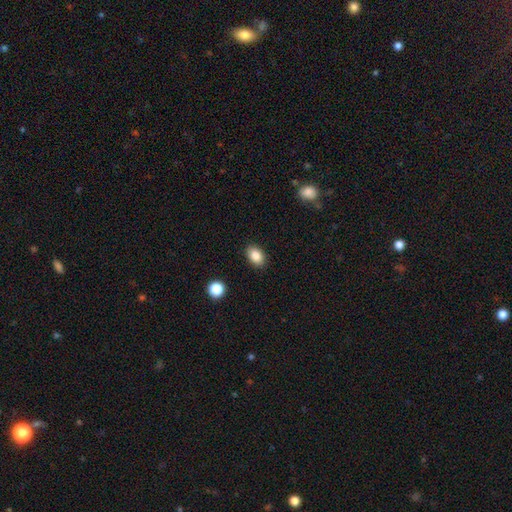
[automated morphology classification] A smooth galaxy with no disk features (86%) that is in between round and cigar-shaped (84%).

Vote fractions:
- Smooth or featured? smooth: 86% / star or artifact: 9% / featured or disk: 5%
- How rounded? in between: 84% / round: 14% / cigar-shaped: 1%
- Merging? none: 89% / minor disturbance: 8% / major disturbance: 2% / merger: 1%